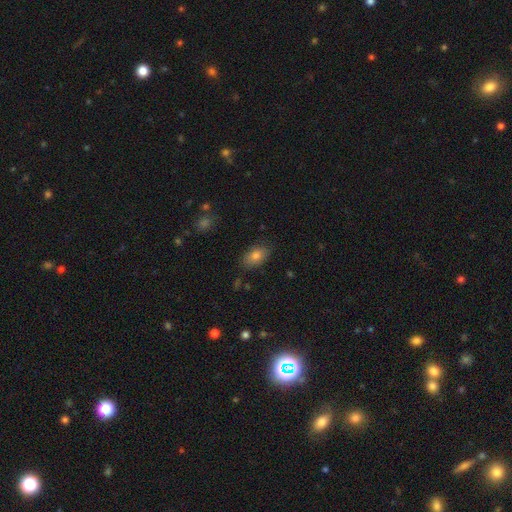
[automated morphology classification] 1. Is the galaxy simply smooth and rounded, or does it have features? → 81% smooth, 11% featured or disk, 8% star or artifact.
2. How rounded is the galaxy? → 90% in between, 8% round, 2% cigar-shaped.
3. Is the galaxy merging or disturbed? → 82% none, 13% minor disturbance, 3% major disturbance, 2% merger.